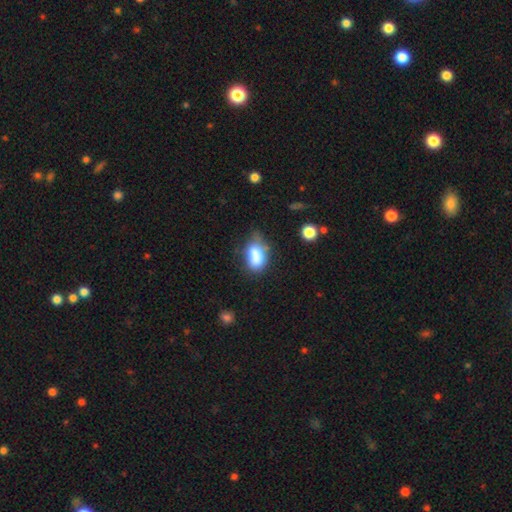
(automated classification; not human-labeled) A smooth galaxy with no disk features (81%) that is in between round and cigar-shaped (88%). Merging: none (40%).